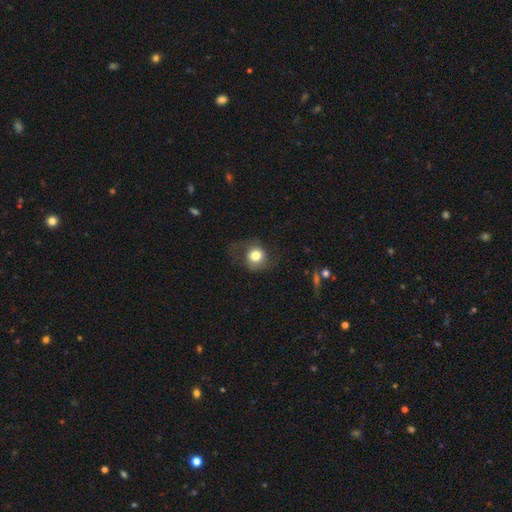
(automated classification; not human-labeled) Smooth or featured: smooth — 71% (featured or disk — 20%)
How rounded: round — 79% (in between — 20%)
Merging: none — 60% (minor disturbance — 20%)